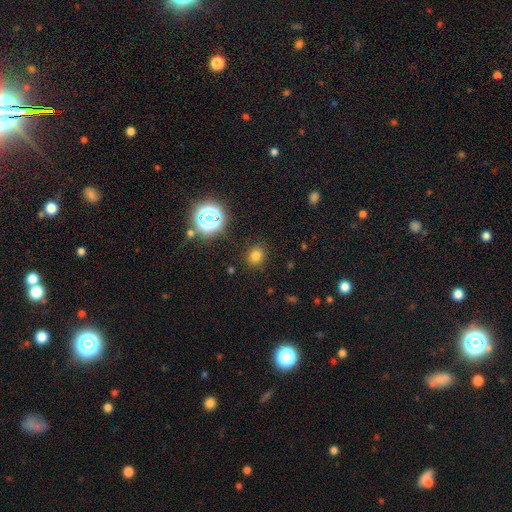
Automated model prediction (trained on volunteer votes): Smooth or featured? Predicted: smooth (p=0.75). How rounded? Predicted: round (p=0.73). Merging? Predicted: none (p=0.85).